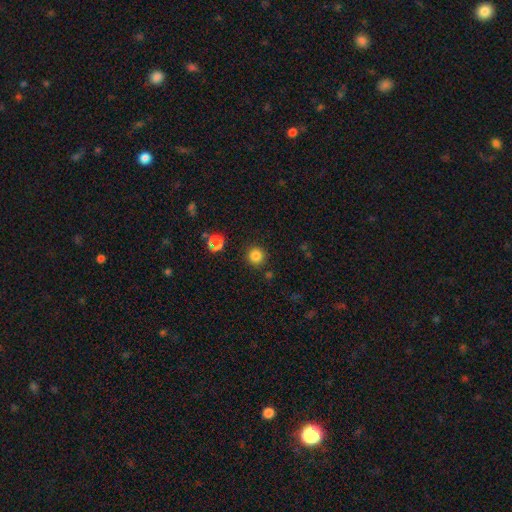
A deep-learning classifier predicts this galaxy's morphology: A smooth galaxy with no disk features (82%) that is round (94%).

Vote fractions:
- Smooth or featured? smooth: 82% / star or artifact: 14% / featured or disk: 4%
- How rounded? round: 94% / in between: 5% / cigar-shaped: 1%
- Merging? none: 89% / minor disturbance: 6% / major disturbance: 2% / merger: 2%